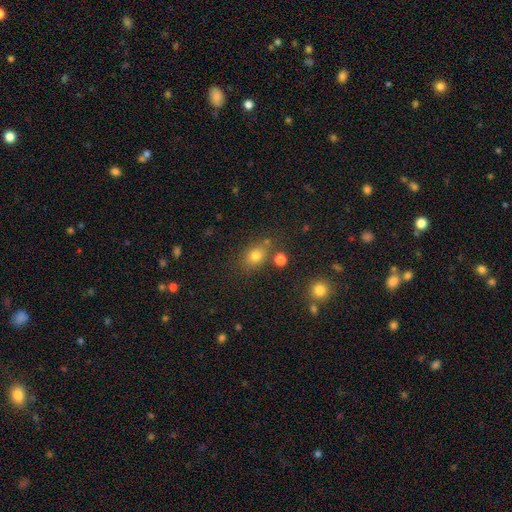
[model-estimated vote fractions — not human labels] smooth-or-featured: smooth: 75% | star or artifact: 16% | featured or disk: 9%
  how-rounded: in between: 55% | round: 43% | cigar-shaped: 2%
  merging: none: 71% | minor disturbance: 14% | merger: 10% | major disturbance: 5%